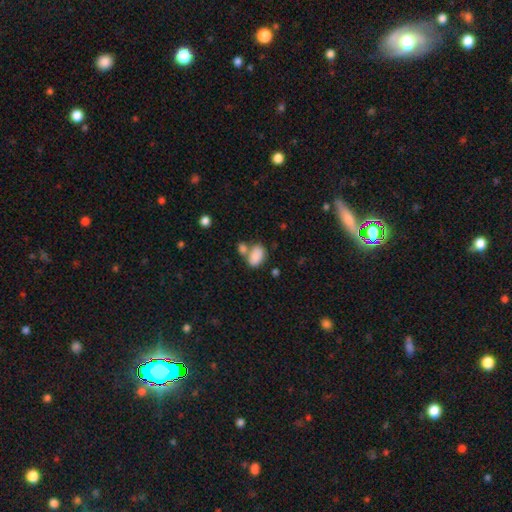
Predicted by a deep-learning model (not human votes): Q: Smooth or featured?
A: smooth (84%); runner-up: star or artifact (8%)
Q: How rounded?
A: in between (90%); runner-up: round (9%)
Q: Merging?
A: none (43%); runner-up: merger (38%)